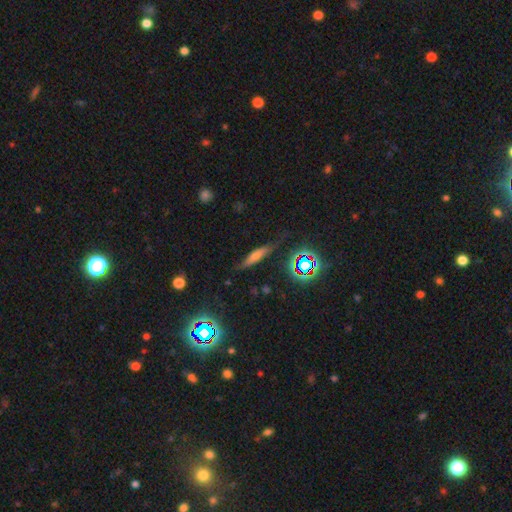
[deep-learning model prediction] A smooth galaxy with no disk features (44%).

Vote fractions:
- Smooth or featured? smooth: 44% / featured or disk: 35% / star or artifact: 21%
- Merging? none: 73% / minor disturbance: 18% / major disturbance: 6% / merger: 3%